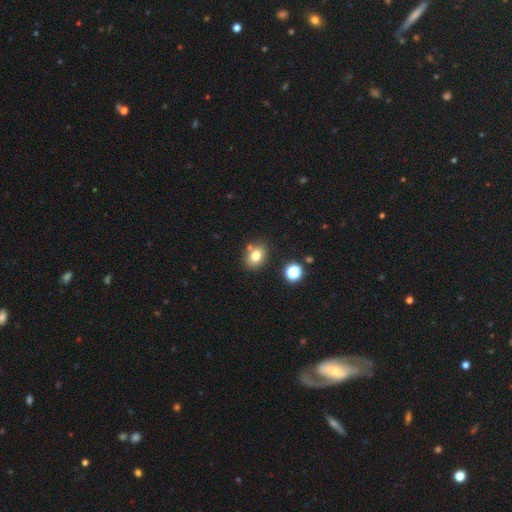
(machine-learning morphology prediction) The model was most divided on "how rounded": in between: 59%, round: 40%, cigar-shaped: 1%. More confident: smooth or featured — smooth (77%); merging — none (75%).